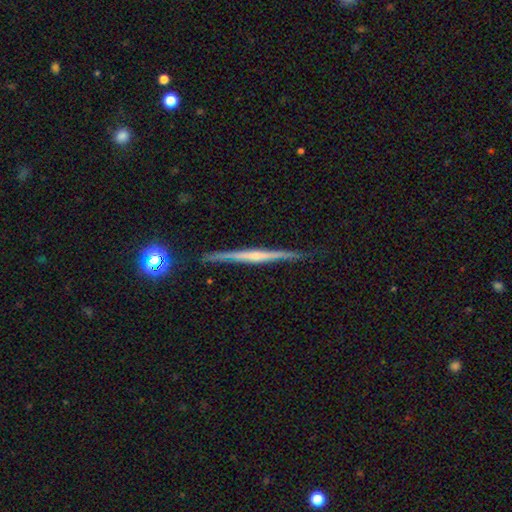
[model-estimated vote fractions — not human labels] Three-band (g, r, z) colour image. It shows a featured or disk galaxy (77%) viewed edge-on (98%) with a rounded central bulge (55%). Merging: none (86%).